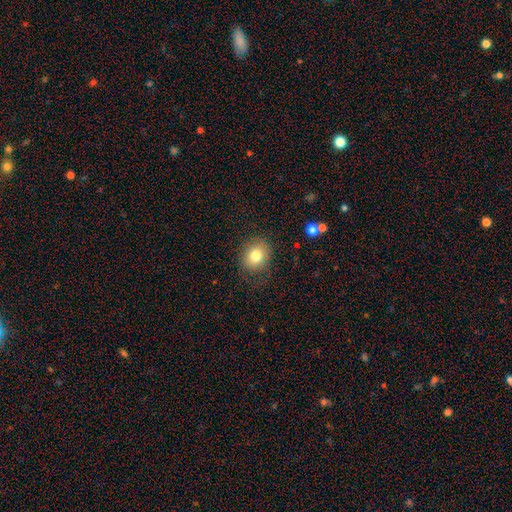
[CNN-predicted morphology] smooth 79%, featured or disk 11%, star or artifact 10%. Down the decision tree: how rounded — round (66%); merging — none (77%).